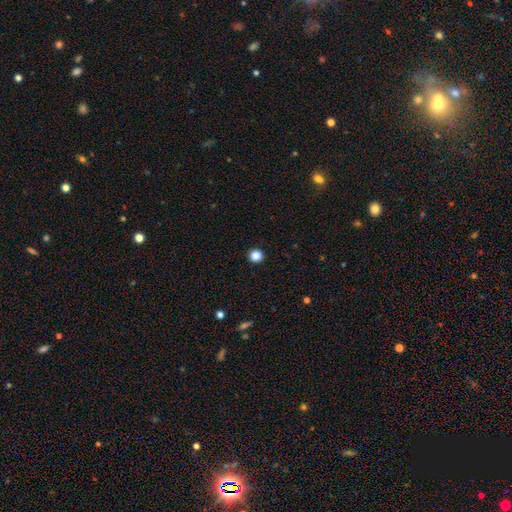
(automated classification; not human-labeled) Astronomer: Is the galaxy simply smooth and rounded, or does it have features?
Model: smooth — 86%.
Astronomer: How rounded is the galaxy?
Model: round — 94%.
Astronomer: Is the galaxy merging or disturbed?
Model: none — 93%.